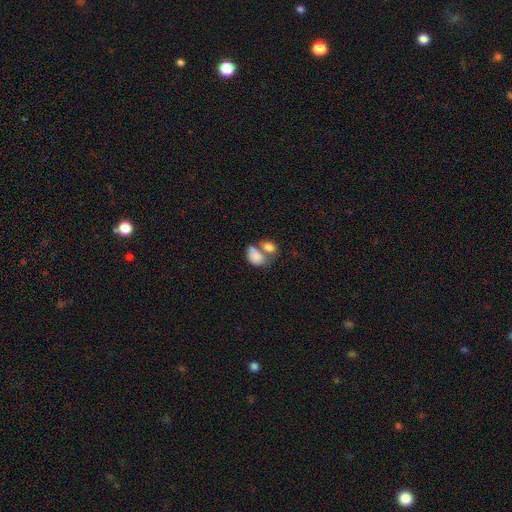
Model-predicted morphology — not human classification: type=smooth (81%); roundness=in between (82%); merging=merger (58%).